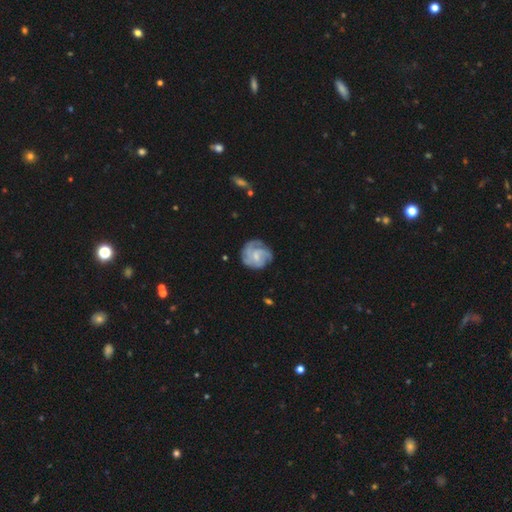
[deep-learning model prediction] This is likely a featured or disk galaxy (80%). It is clearly not viewed edge-on (98%). Bar: possibly no (51%). Spiral arm pattern: clearly yes (96%). Spiral arm count: marginally 3 (37%). Spiral winding: likely tight (61%). Central bulge: possibly small (55%). Merging: likely none (72%).